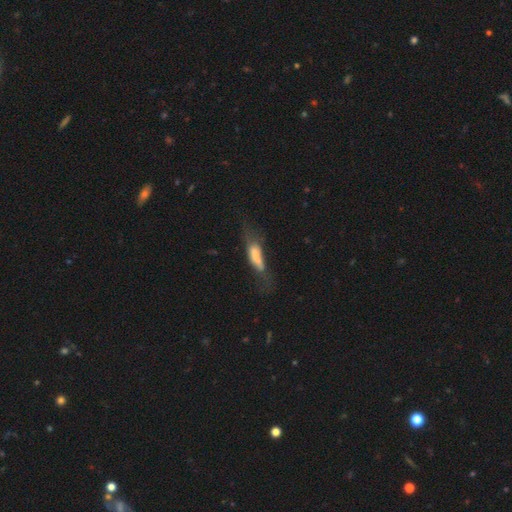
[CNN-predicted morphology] Smooth or featured? smooth (59%)
How rounded? cigar-shaped (52%)
Merging? major disturbance (35%)